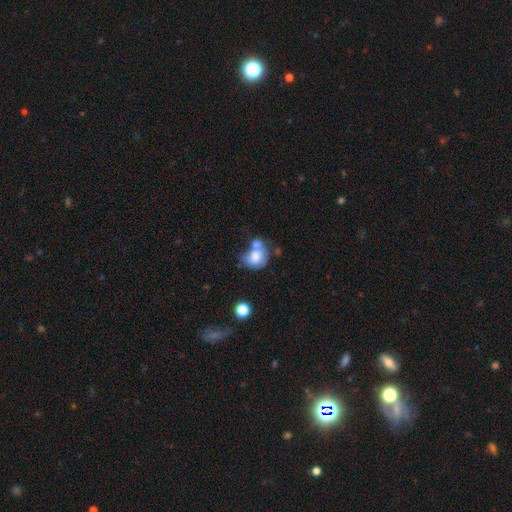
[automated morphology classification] A smooth galaxy with no disk features (68%) that is round (53%). Merging: merger (47%).